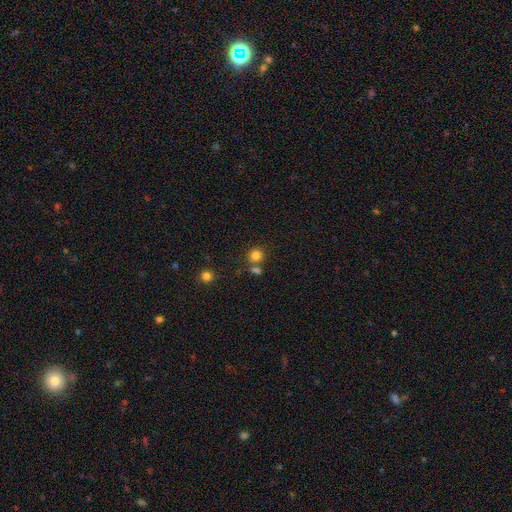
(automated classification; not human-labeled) The model was most divided on "merging": none: 67%, merger: 20%, minor disturbance: 9%, major disturbance: 4%. More confident: how rounded — round (88%); smooth or featured — smooth (81%).